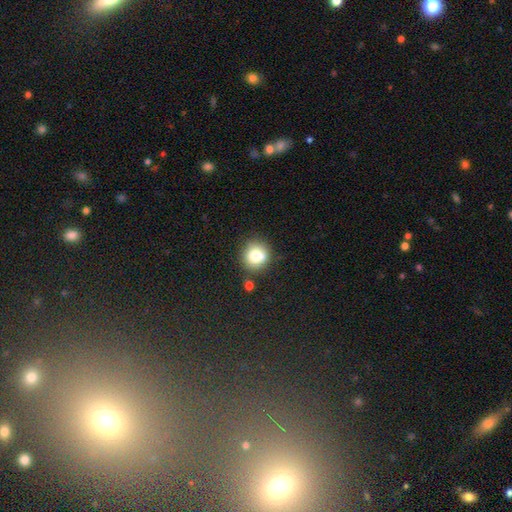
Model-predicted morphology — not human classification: This is likely a smooth galaxy (77%). How rounded: clearly round (89%). Merging: likely none (74%).